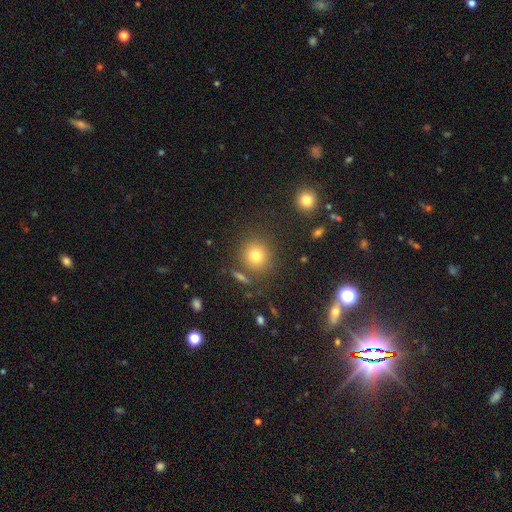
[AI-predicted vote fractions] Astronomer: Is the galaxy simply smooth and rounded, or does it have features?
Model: smooth — 76%.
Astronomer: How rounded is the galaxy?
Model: round — 90%.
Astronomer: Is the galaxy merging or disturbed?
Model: none — 81%.